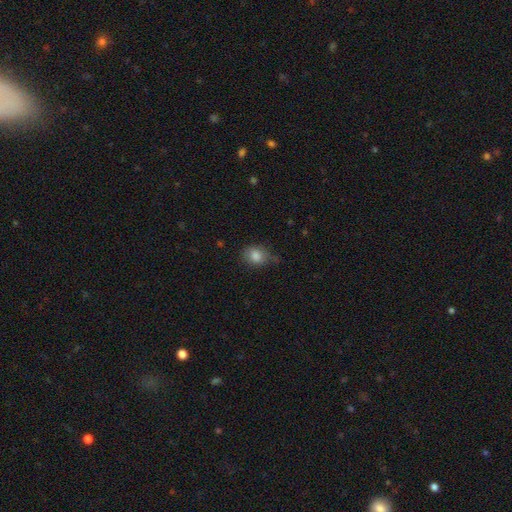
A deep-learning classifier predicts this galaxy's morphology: Smooth or featured: smooth — 83% (star or artifact — 10%)
How rounded: in between — 52% (round — 47%)
Merging: none — 61% (minor disturbance — 30%)